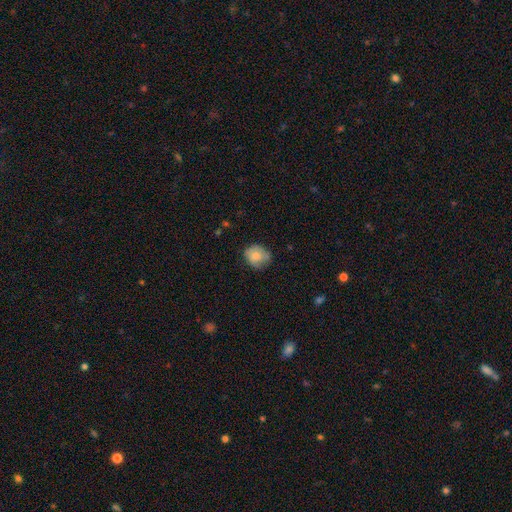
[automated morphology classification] Overall: smooth (74%). How rounded: round (69%; in between 30%). Merging: none (65%; minor disturbance 27%).